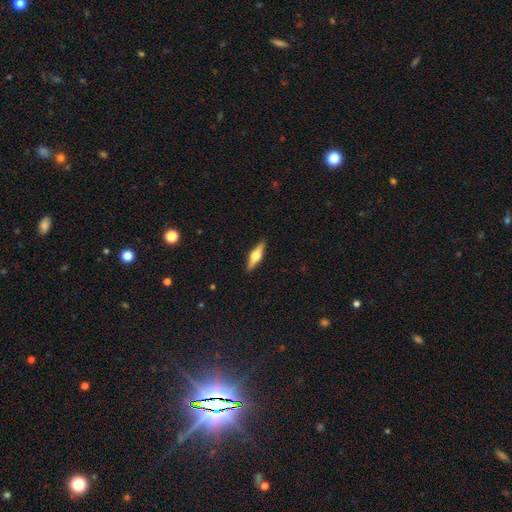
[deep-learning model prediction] This appears to be a featured or disk galaxy (60%) viewed edge-on (96%) with a rounded central bulge (95%). Merging: none (91%).